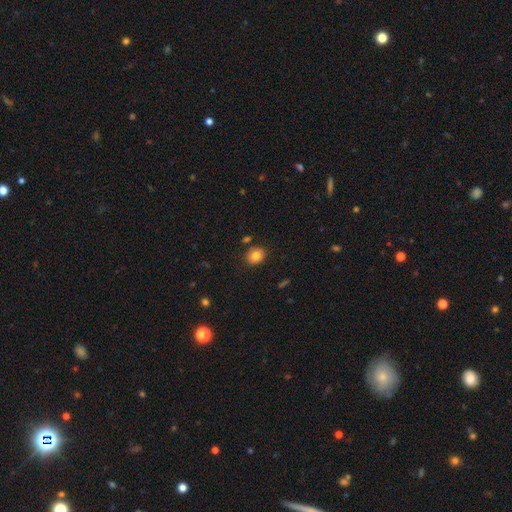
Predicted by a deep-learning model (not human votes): The model was most divided on "how rounded": round: 73%, in between: 26%, cigar-shaped: 1%. More confident: merging — none (85%); smooth or featured — smooth (81%).